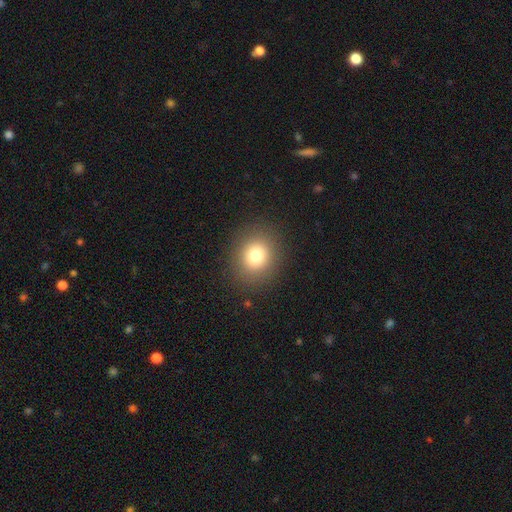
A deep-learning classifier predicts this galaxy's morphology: smooth 78%, star or artifact 13%, featured or disk 9%. Down the decision tree: how rounded — round (78%); merging — none (89%).